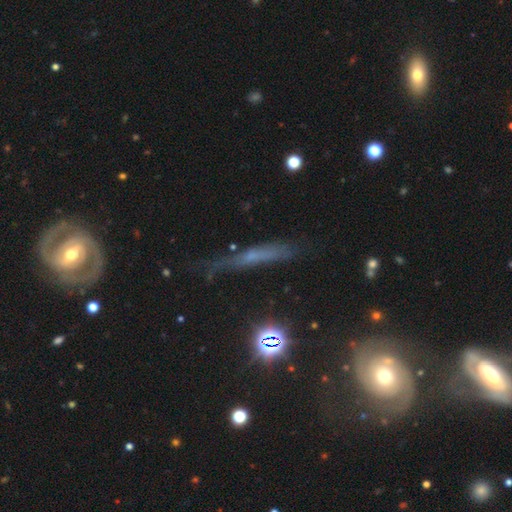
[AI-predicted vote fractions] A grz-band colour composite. It shows a featured or disk galaxy (42%). Merging: none (61%).